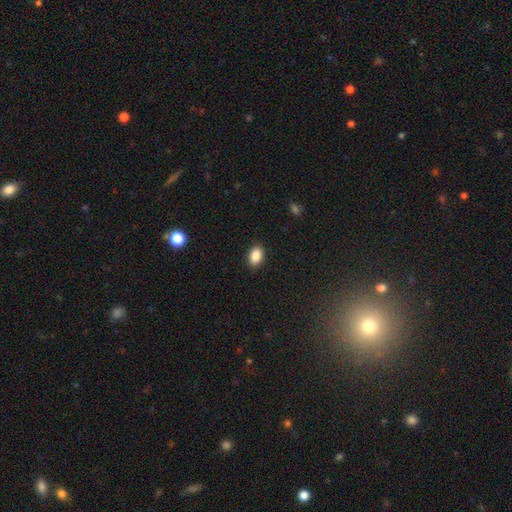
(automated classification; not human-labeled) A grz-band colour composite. It shows a smooth galaxy with no disk features (87%) that is in between round and cigar-shaped (84%). Merging: none (89%).